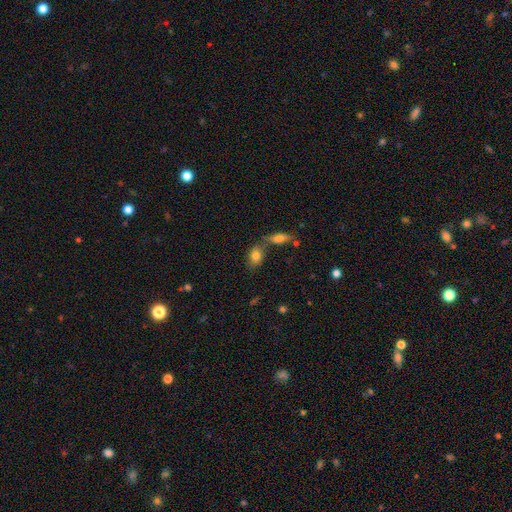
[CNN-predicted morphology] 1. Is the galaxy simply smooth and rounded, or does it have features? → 79% smooth, 12% featured or disk, 9% star or artifact.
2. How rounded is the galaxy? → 80% in between, 16% round, 4% cigar-shaped.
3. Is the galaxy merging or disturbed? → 55% none, 26% merger, 14% minor disturbance, 4% major disturbance.